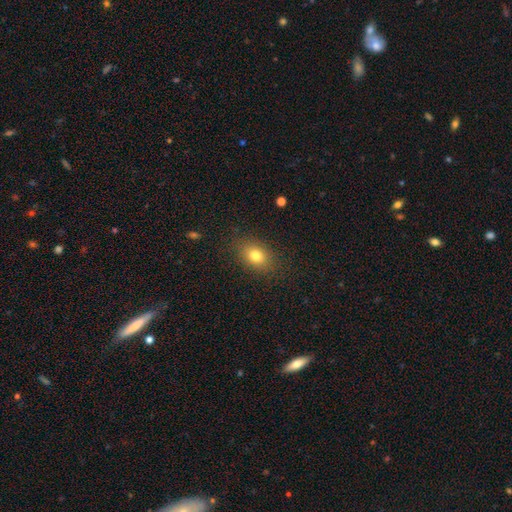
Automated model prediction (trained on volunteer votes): smooth 80%, star or artifact 11%, featured or disk 10%. Down the decision tree: how rounded — in between (71%); merging — none (84%).